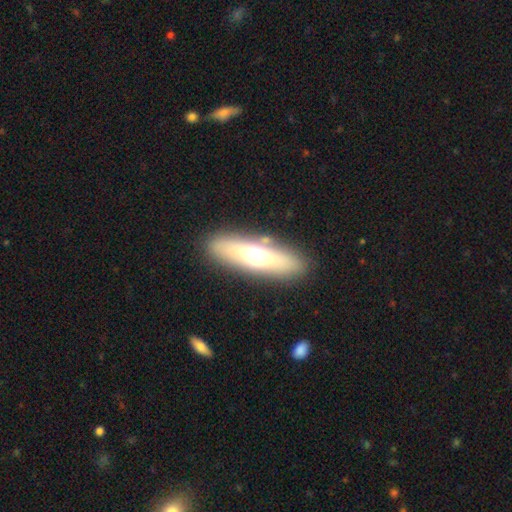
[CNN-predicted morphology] Smooth or featured?
  - smooth: 53% *
  - featured or disk: 38%
  - star or artifact: 9%
How rounded?
  - cigar-shaped: 49% *
  - in between: 47%
  - round: 4%
Merging?
  - none: 86% *
  - minor disturbance: 9%
  - major disturbance: 4%
  - merger: 2%